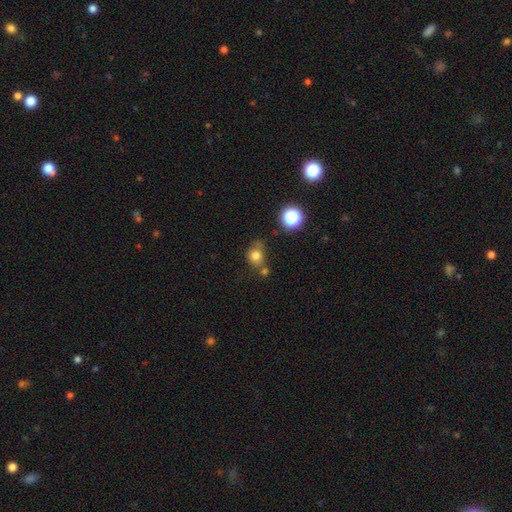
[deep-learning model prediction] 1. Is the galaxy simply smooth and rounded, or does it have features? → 77% smooth, 15% star or artifact, 8% featured or disk.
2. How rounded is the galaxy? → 74% round, 25% in between, 1% cigar-shaped.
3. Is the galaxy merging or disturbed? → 56% none, 20% minor disturbance, 17% merger, 7% major disturbance.